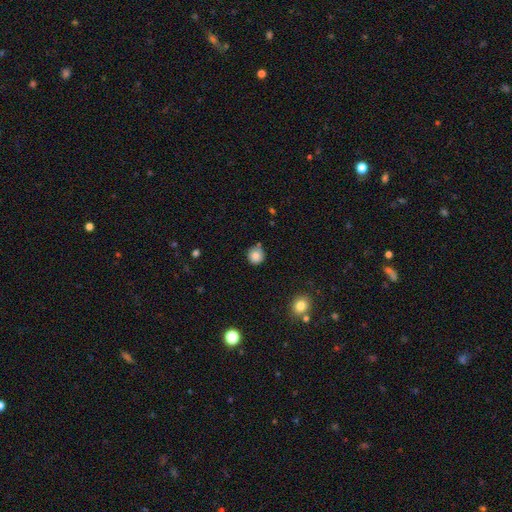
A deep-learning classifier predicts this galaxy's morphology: The model was most divided on "merging": none: 74%, minor disturbance: 17%, merger: 6%, major disturbance: 3%. More confident: how rounded — round (92%); smooth or featured — smooth (85%).